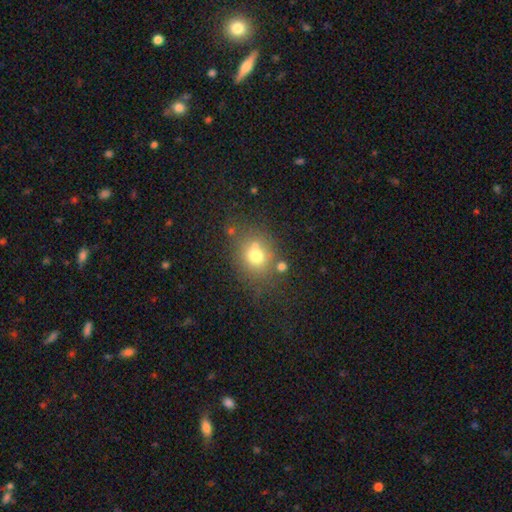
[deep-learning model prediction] This appears to be a smooth galaxy with no disk features (70%) that is round (69%). Merging: none (65%).